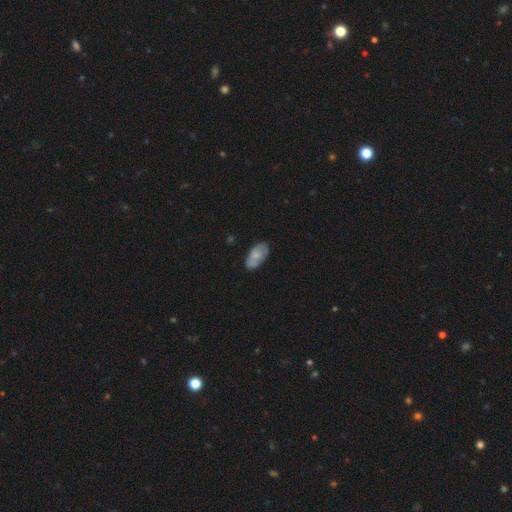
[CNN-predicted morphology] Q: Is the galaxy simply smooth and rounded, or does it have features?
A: smooth — 66%.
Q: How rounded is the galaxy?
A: in between — 93%.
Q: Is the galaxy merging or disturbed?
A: none — 69%.